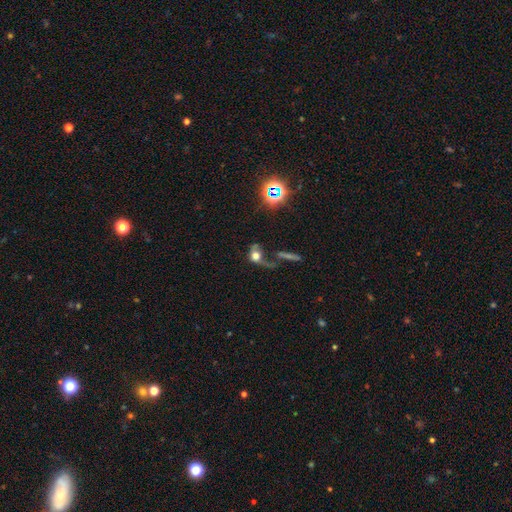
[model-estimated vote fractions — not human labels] This appears to be a smooth galaxy with no disk features (51%) that is round (59%). Merging: major disturbance (41%).